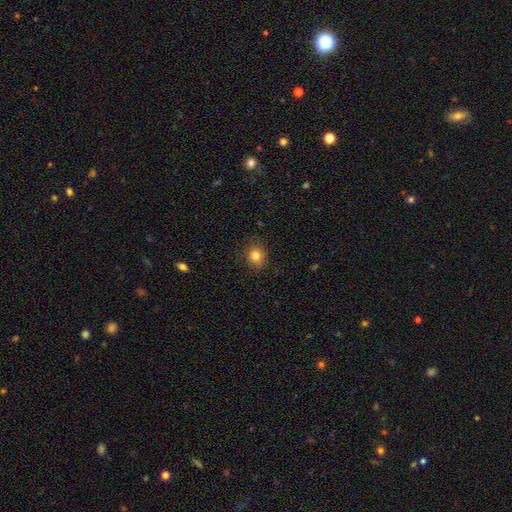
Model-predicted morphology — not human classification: type=smooth (82%); roundness=round (82%); merging=none (89%).